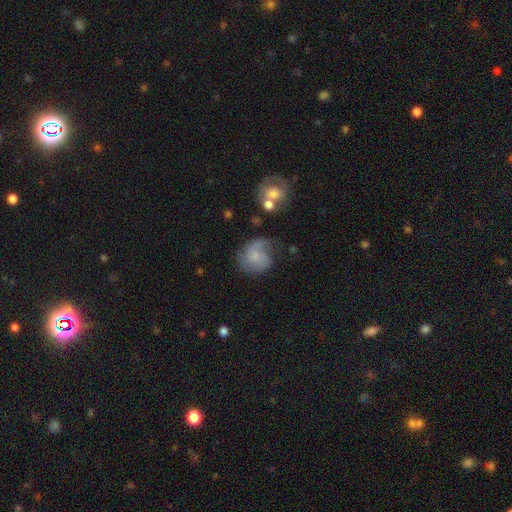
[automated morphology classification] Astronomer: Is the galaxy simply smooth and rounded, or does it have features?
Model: featured or disk — 65%.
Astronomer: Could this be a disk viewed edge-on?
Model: no — 98%.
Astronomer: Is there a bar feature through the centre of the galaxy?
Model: no — 69%.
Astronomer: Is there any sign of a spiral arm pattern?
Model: yes — 90%.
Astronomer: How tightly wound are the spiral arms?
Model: medium — 43% (runner-up: loose, 31%).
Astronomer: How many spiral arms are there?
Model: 2 — 47% (runner-up: 1, 25%).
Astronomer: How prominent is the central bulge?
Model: small — 57%.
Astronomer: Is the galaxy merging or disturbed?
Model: none — 49% (runner-up: minor disturbance, 25%).